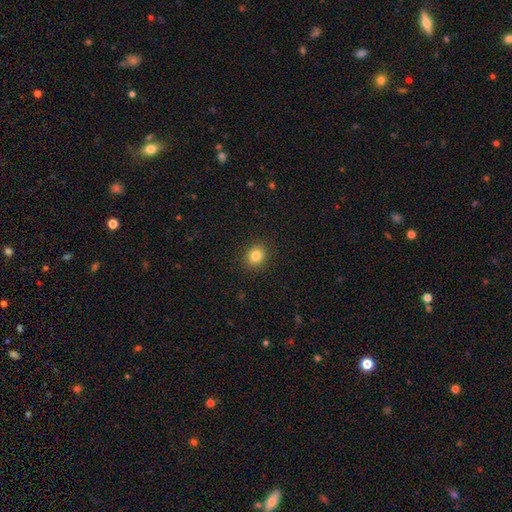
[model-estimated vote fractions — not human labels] Smooth or featured? Predicted: smooth (p=0.83). How rounded? Predicted: round (p=0.77). Merging? Predicted: none (p=0.91).